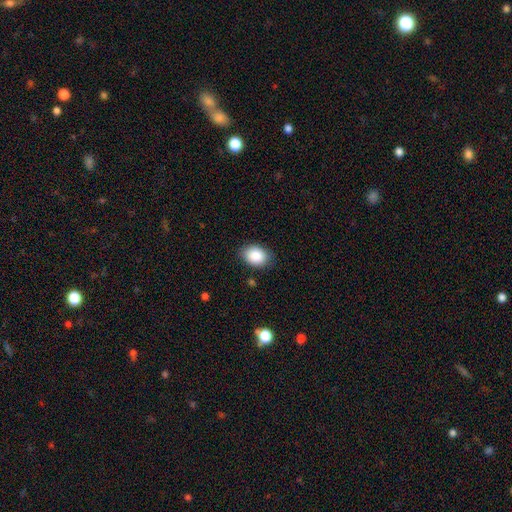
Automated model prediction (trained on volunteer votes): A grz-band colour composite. It shows a smooth galaxy with no disk features (88%) that is in between round and cigar-shaped (69%). Merging: none (83%).